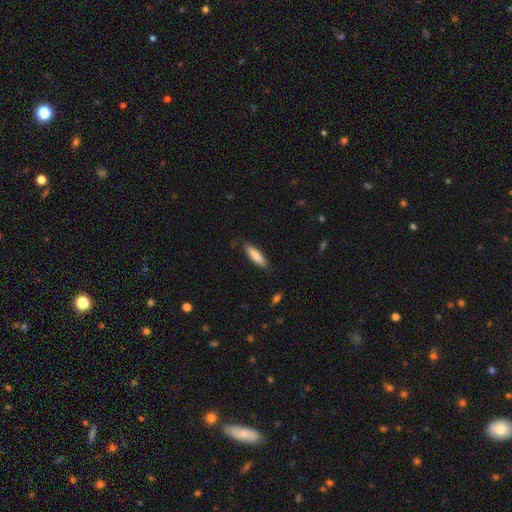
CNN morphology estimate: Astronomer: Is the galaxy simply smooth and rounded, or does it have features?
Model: smooth — 81%.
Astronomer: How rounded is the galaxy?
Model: cigar-shaped — 66%.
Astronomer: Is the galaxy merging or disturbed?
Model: none — 82%.